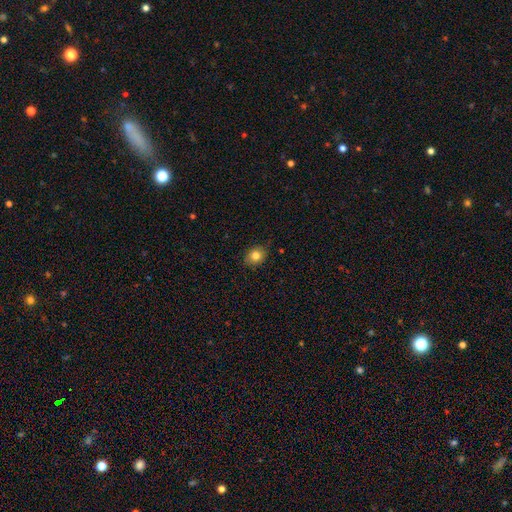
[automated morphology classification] A smooth galaxy with no disk features (81%) that is round (52%).

Vote fractions:
- Smooth or featured? smooth: 81% / star or artifact: 10% / featured or disk: 9%
- How rounded? round: 52% / in between: 47% / cigar-shaped: 1%
- Merging? none: 84% / minor disturbance: 13% / major disturbance: 2% / merger: 1%